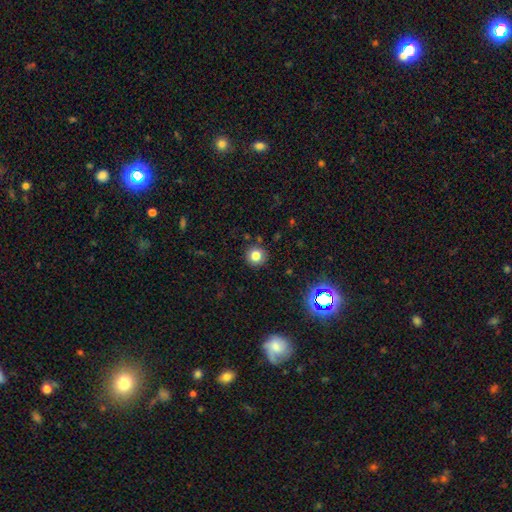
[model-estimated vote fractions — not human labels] The model was most divided on "smooth or featured": smooth: 79%, star or artifact: 14%, featured or disk: 7%. More confident: how rounded — round (94%); merging — none (90%).